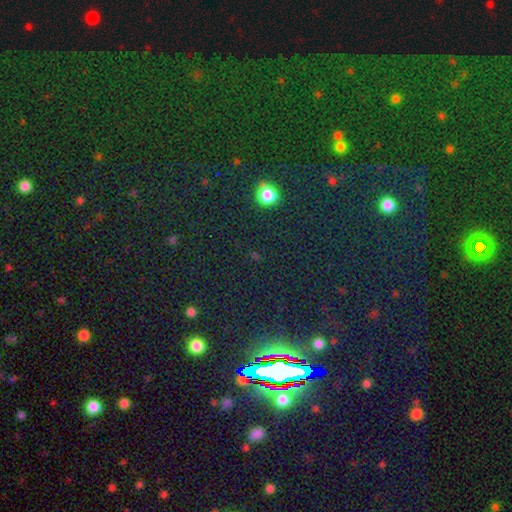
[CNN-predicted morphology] This is likely a star or artifact rather than a galaxy (73%).